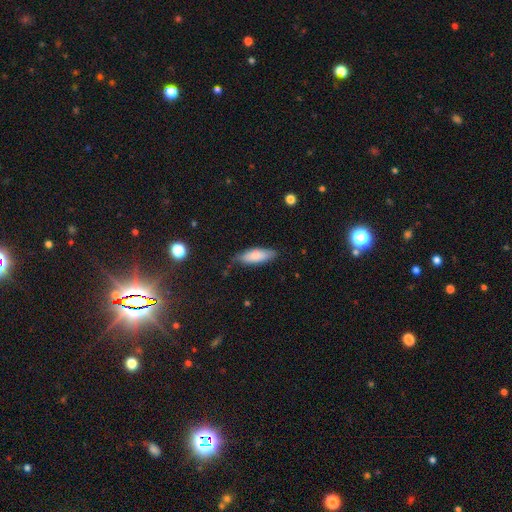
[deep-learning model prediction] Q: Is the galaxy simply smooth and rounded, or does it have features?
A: smooth — 82%.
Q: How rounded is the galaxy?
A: in between — 60%.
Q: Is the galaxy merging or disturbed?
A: none — 75%.